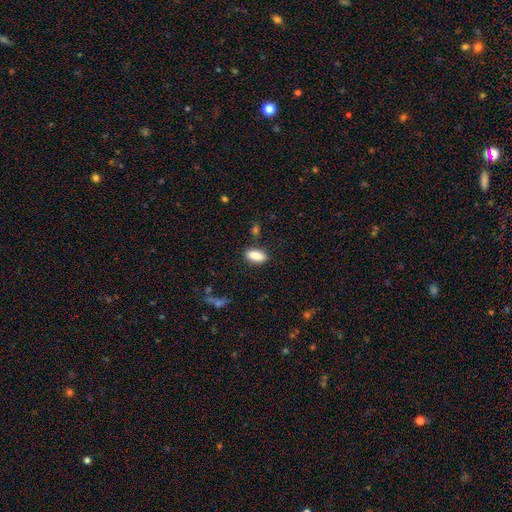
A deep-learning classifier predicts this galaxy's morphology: The model was most divided on "merging": none: 84%, minor disturbance: 11%, merger: 3%, major disturbance: 3%. More confident: smooth or featured — smooth (87%); how rounded — in between (87%).